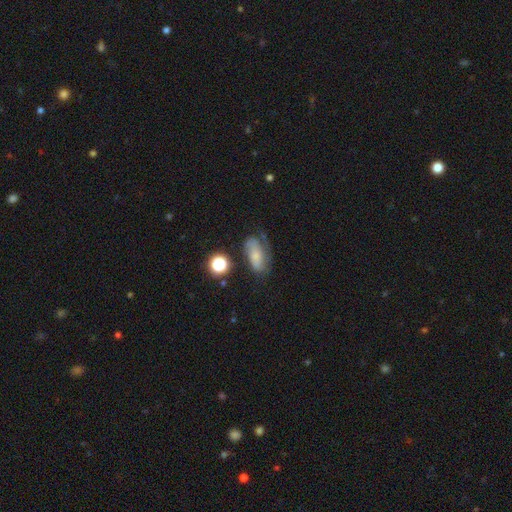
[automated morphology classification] Smooth or featured?
  - smooth: 48% *
  - featured or disk: 40%
  - star or artifact: 11%
Merging?
  - none: 46% *
  - minor disturbance: 29%
  - major disturbance: 20%
  - merger: 5%